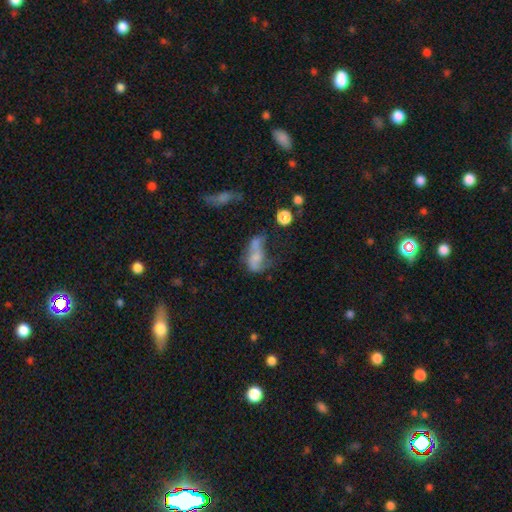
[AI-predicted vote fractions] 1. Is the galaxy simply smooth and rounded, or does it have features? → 47% smooth, 39% featured or disk, 14% star or artifact.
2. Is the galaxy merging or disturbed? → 35% merger, 30% major disturbance, 20% none, 16% minor disturbance.